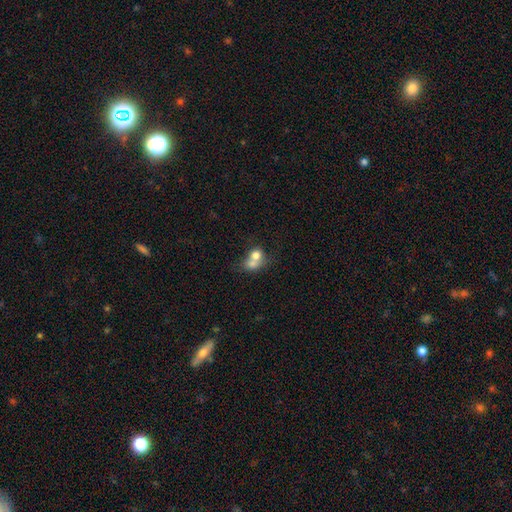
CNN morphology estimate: Smooth or featured? Predicted: smooth (p=0.69). How rounded? Predicted: round (p=0.66). Merging? Predicted: merger (p=0.69).